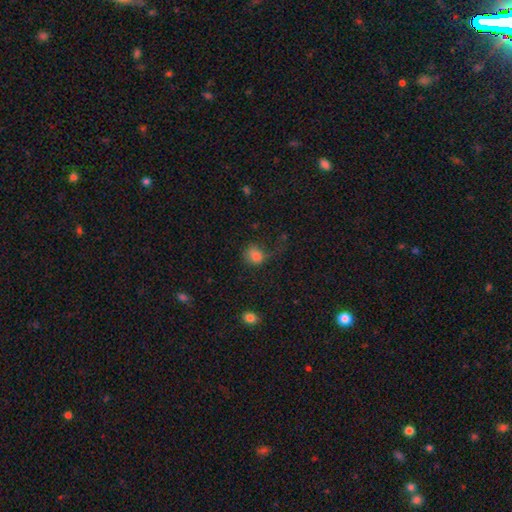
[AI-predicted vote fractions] Smooth or featured? Predicted: smooth (p=0.82). How rounded? Predicted: round (p=0.68). Merging? Predicted: none (p=0.48).